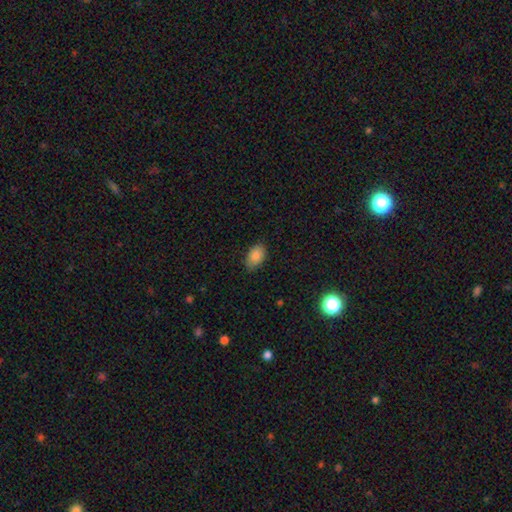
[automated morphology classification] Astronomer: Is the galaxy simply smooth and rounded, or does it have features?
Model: smooth — 87%.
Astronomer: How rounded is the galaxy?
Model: in between — 91%.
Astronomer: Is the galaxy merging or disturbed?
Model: none — 83%.